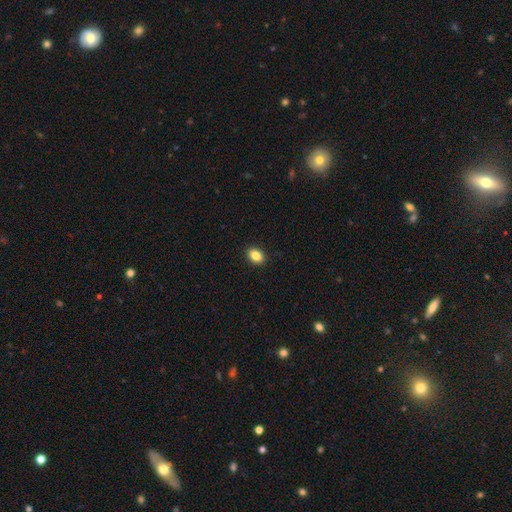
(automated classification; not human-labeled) Smooth or featured? smooth (85%)
How rounded? in between (73%)
Merging? none (91%)